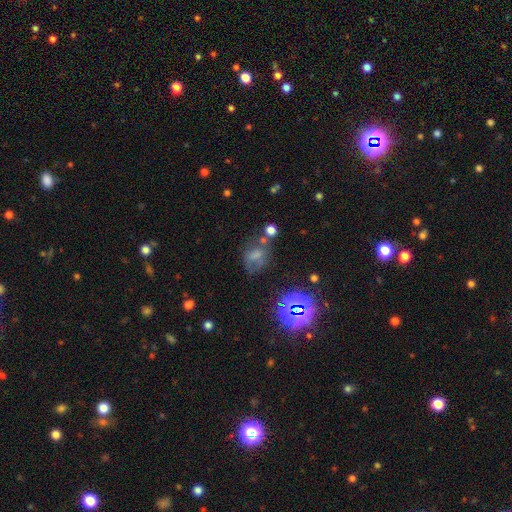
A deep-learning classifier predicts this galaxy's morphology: The model was most divided on "merging": none: 43%, minor disturbance: 23%, major disturbance: 21%, merger: 13%. Remaining: smooth or featured — smooth (50%).